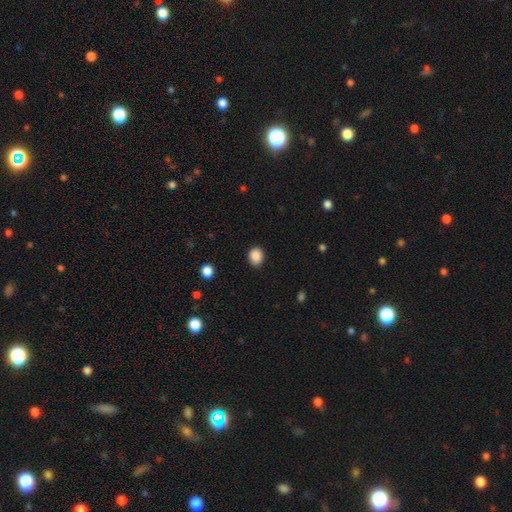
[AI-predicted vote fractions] Q: Smooth or featured?
A: smooth (88%); runner-up: star or artifact (9%)
Q: How rounded?
A: round (55%); runner-up: in between (44%)
Q: Merging?
A: none (88%); runner-up: minor disturbance (9%)